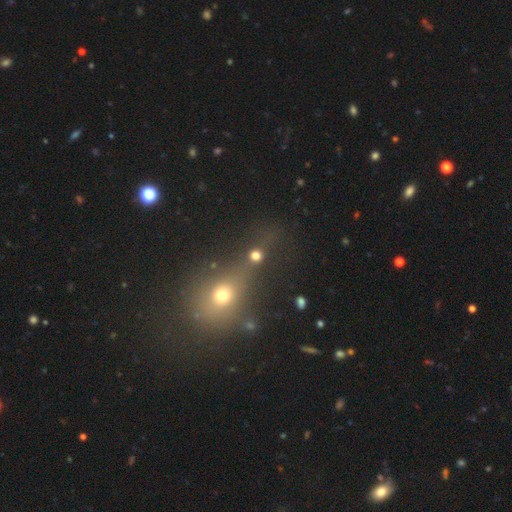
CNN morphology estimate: The model was most divided on "merging": none: 51%, merger: 33%, minor disturbance: 9%, major disturbance: 7%. More confident: how rounded — round (82%); smooth or featured — smooth (67%).